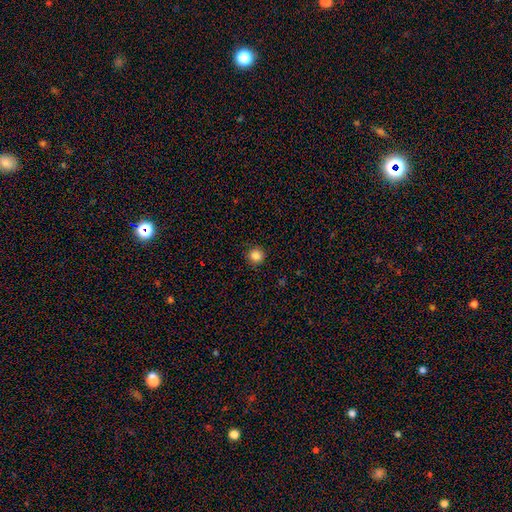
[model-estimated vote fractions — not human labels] Overall: smooth (86%). How rounded: round (92%). Merging: none (91%).